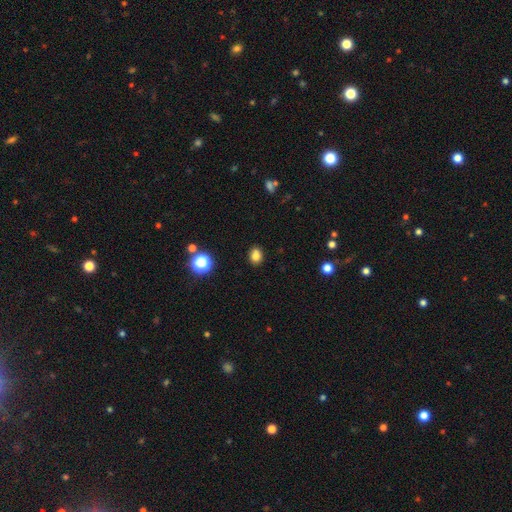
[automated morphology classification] This is clearly a smooth galaxy (81%). How rounded: possibly in between (53%). Merging: clearly none (86%).